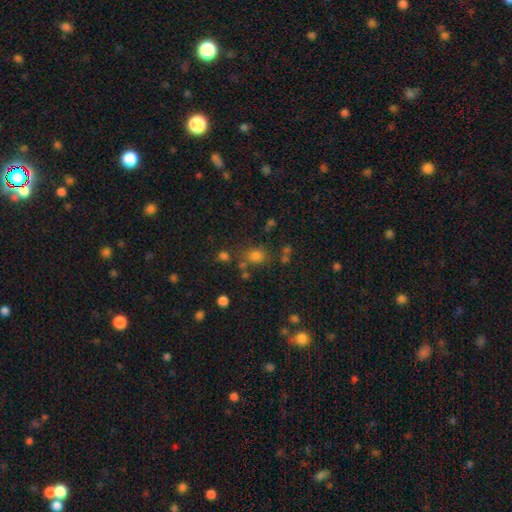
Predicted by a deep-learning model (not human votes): The model was most divided on "how rounded": round: 60%, in between: 39%, cigar-shaped: 1%. More confident: smooth or featured — smooth (70%); merging — none (69%).